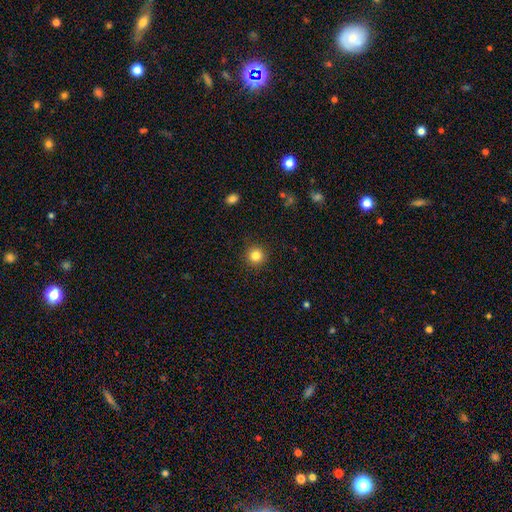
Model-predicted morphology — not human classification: Overall: smooth (83%). How rounded: round (94%). Merging: none (91%).